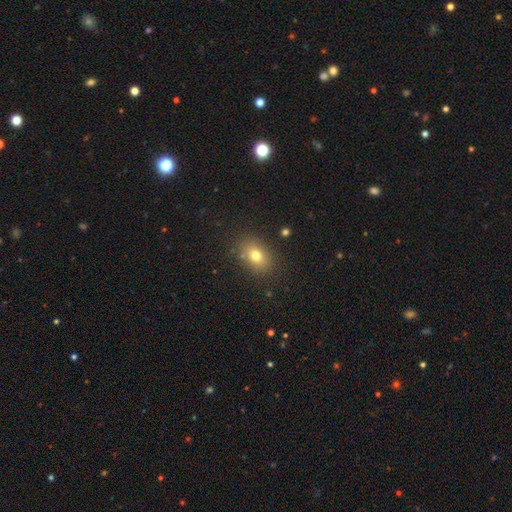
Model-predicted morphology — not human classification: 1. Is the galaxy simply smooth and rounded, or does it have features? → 76% smooth, 12% star or artifact, 12% featured or disk.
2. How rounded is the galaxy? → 74% in between, 24% round, 2% cigar-shaped.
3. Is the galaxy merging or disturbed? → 83% none, 11% minor disturbance, 4% major disturbance, 2% merger.